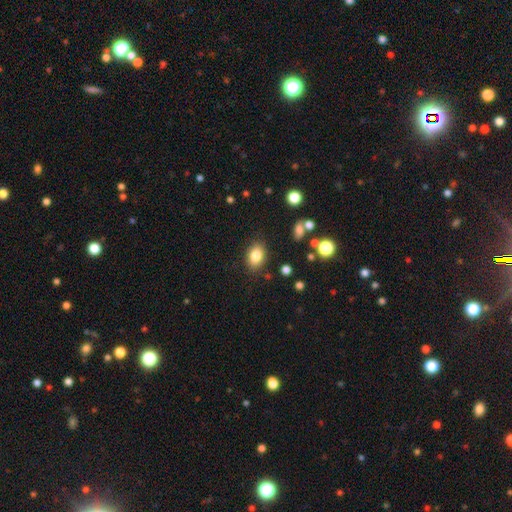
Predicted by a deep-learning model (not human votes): smooth_or_featured: smooth (p=0.83) [alt: star or artifact p=0.09]
how_rounded: in between (p=0.79) [alt: round p=0.19]
merging: none (p=0.85) [alt: minor disturbance p=0.10]